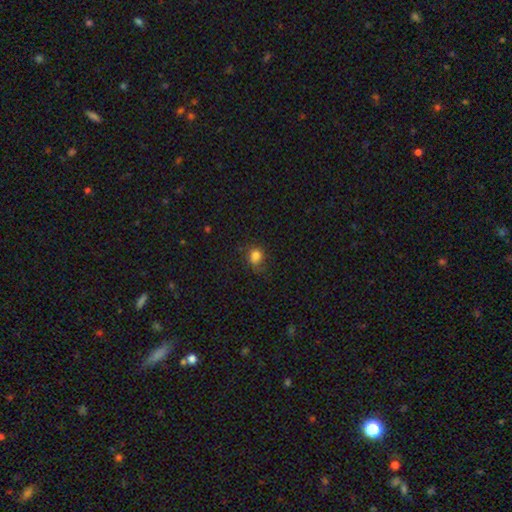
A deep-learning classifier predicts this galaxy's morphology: Smooth or featured? Predicted: smooth (p=0.79). How rounded? Predicted: round (p=0.61). Merging? Predicted: none (p=0.57).